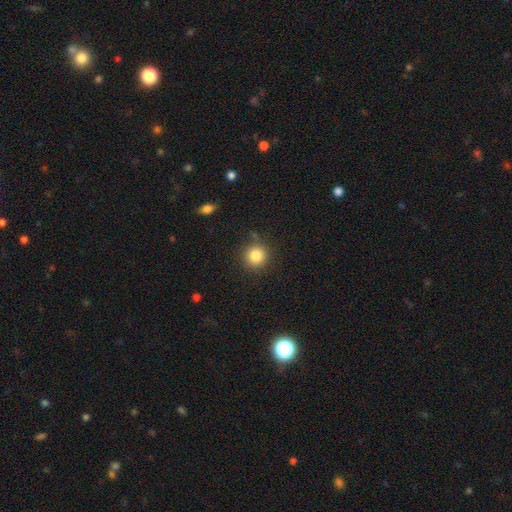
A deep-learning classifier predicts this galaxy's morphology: Smooth or featured? Predicted: smooth (p=0.83). How rounded? Predicted: round (p=0.92). Merging? Predicted: none (p=0.85).